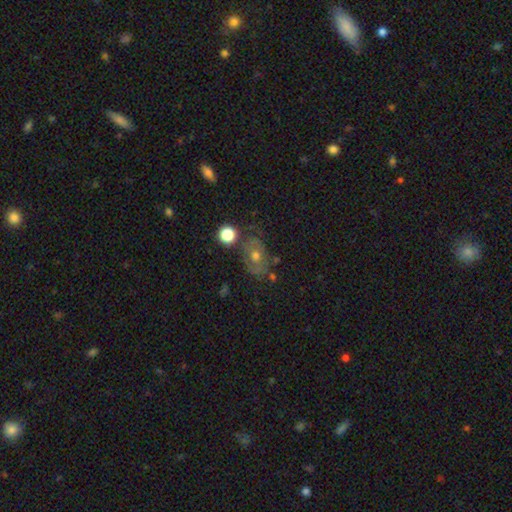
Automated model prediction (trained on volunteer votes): A featured or disk galaxy (47%). Merging: none (62%).